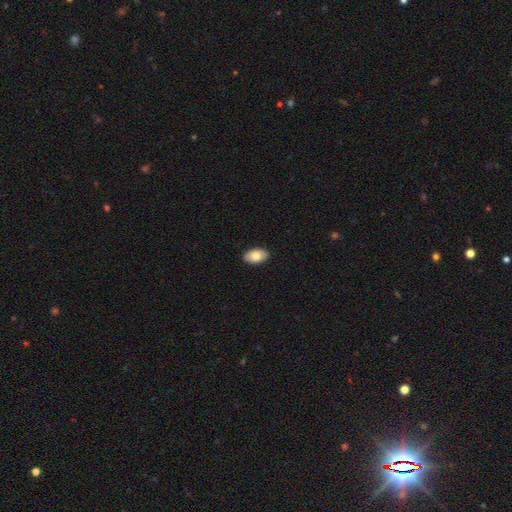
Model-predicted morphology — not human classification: This appears to be a smooth galaxy with no disk features (80%) that is in between round and cigar-shaped (94%). Merging: none (90%).